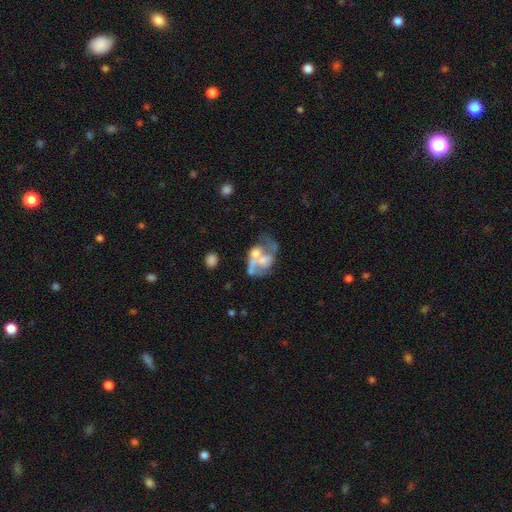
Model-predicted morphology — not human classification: type=featured or disk (64%); edge-on=no (98%); bar=no (79%); spiral arms=no (61%); bulge=none (34%); merging=merger (40%).